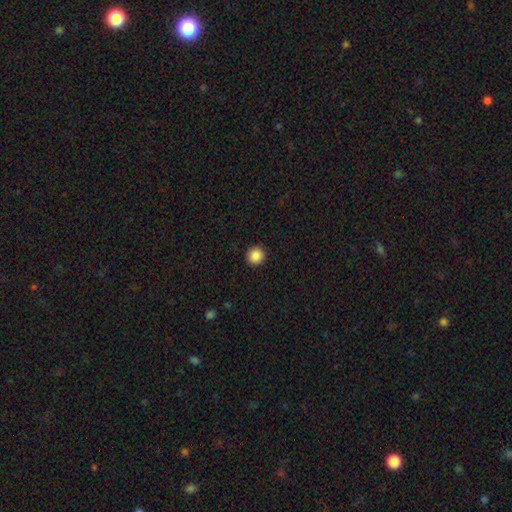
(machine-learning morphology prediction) Smooth or featured?
  - smooth: 88% *
  - star or artifact: 10%
  - featured or disk: 3%
How rounded?
  - round: 95% *
  - in between: 4%
  - cigar-shaped: 1%
Merging?
  - none: 93% *
  - minor disturbance: 4%
  - major disturbance: 2%
  - merger: 1%